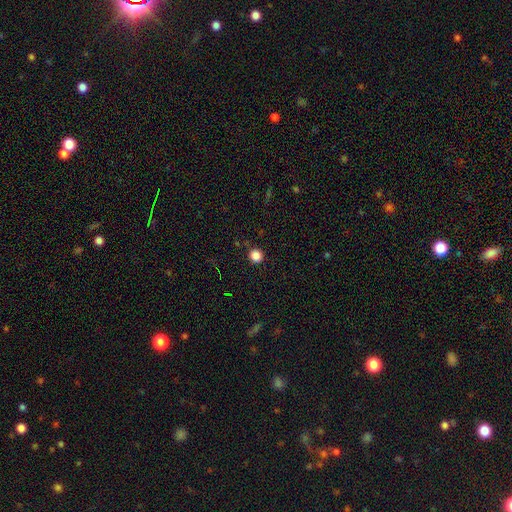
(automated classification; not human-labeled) This is clearly a smooth galaxy (84%). How rounded: clearly round (94%). Merging: clearly none (90%).